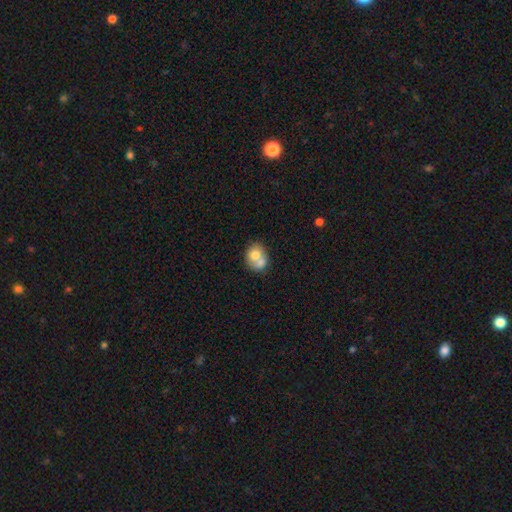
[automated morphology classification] This appears to be a smooth galaxy with no disk features (68%) that is round (63%). Merging: merger (56%).